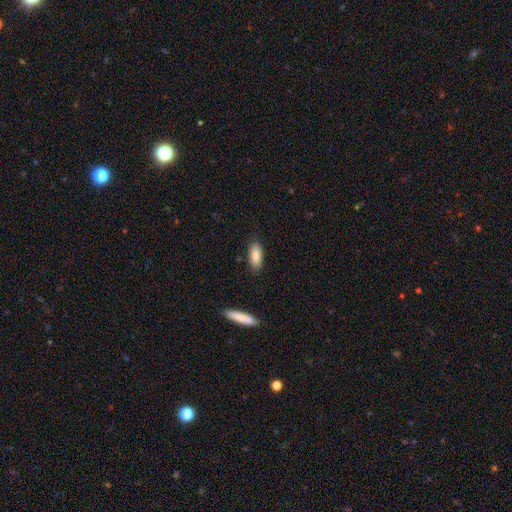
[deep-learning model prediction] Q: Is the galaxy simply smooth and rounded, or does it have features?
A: smooth — 86%.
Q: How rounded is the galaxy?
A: in between — 80%.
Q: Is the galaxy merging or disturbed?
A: none — 85%.